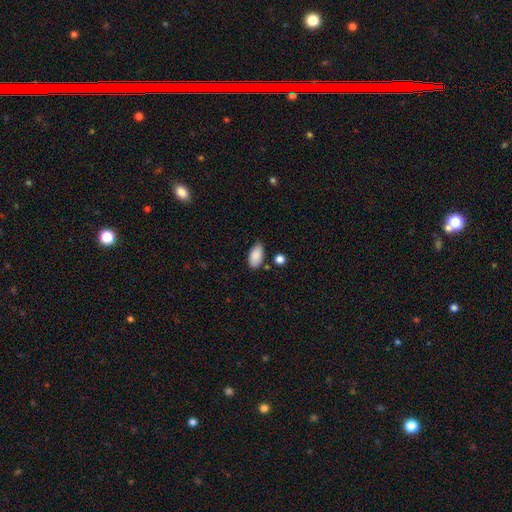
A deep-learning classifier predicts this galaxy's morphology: Overall: smooth (88%). How rounded: in between (94%). Merging: none (77%).